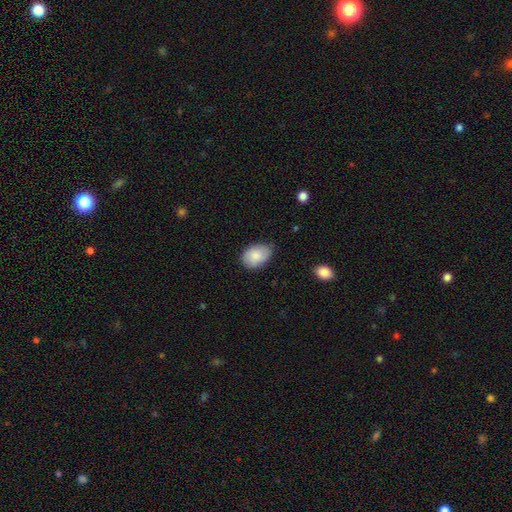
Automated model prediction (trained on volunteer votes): Smooth or featured?
  - smooth: 80% *
  - featured or disk: 13%
  - star or artifact: 6%
How rounded?
  - in between: 81% *
  - round: 18%
  - cigar-shaped: 1%
Merging?
  - none: 67% *
  - minor disturbance: 28%
  - major disturbance: 4%
  - merger: 1%